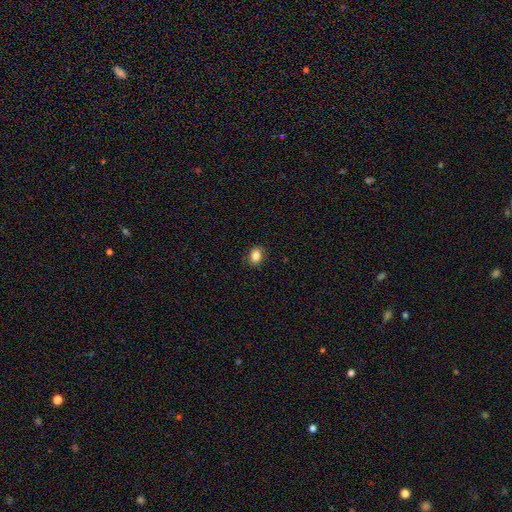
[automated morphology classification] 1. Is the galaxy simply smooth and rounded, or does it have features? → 85% smooth, 9% star or artifact, 6% featured or disk.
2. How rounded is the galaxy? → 68% in between, 31% round, 1% cigar-shaped.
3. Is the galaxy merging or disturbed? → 86% none, 10% minor disturbance, 2% major disturbance, 1% merger.